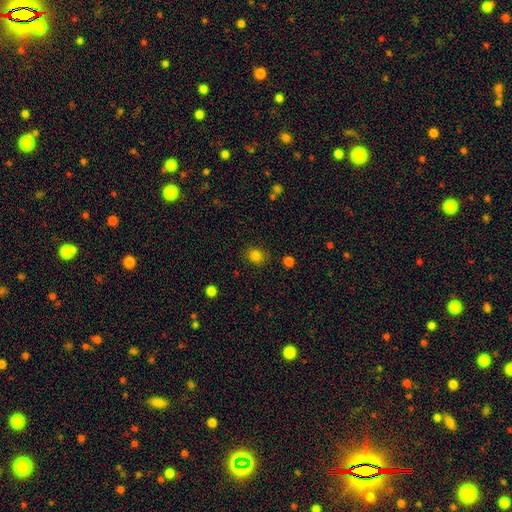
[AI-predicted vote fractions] Smooth or featured?
  - smooth: 83% *
  - star or artifact: 13%
  - featured or disk: 5%
How rounded?
  - round: 68% *
  - in between: 31%
  - cigar-shaped: 1%
Merging?
  - none: 86% *
  - minor disturbance: 10%
  - major disturbance: 3%
  - merger: 2%